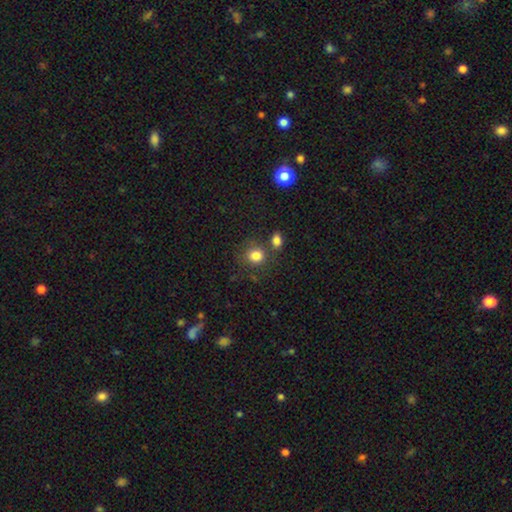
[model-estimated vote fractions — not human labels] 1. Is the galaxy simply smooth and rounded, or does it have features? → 82% smooth, 11% star or artifact, 7% featured or disk.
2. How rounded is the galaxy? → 77% round, 22% in between, 1% cigar-shaped.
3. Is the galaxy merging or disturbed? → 65% none, 18% merger, 12% minor disturbance, 5% major disturbance.